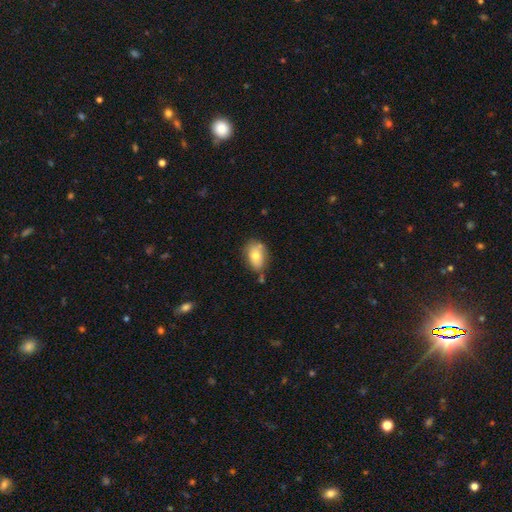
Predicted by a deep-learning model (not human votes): smooth 72%, featured or disk 20%, star or artifact 8%. Down the decision tree: how rounded — in between (81%); merging — none (59%).